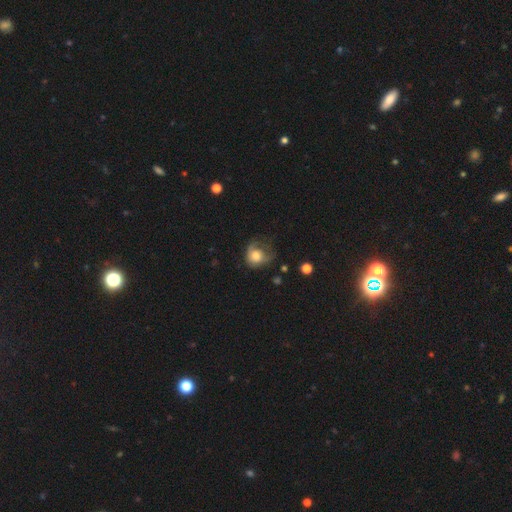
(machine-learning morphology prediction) smooth_or_featured: smooth (p=0.60) [alt: featured or disk p=0.31]
how_rounded: round (p=0.69) [alt: in between p=0.30]
merging: major disturbance (p=0.39) [alt: none p=0.31]